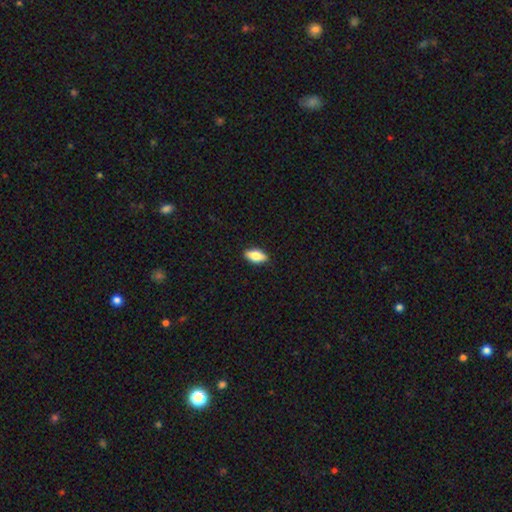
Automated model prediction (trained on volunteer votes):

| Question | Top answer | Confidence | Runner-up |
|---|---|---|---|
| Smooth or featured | smooth | 75% | featured or disk (18%) |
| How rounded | in between | 85% | cigar-shaped (11%) |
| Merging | none | 89% | minor disturbance (8%) |